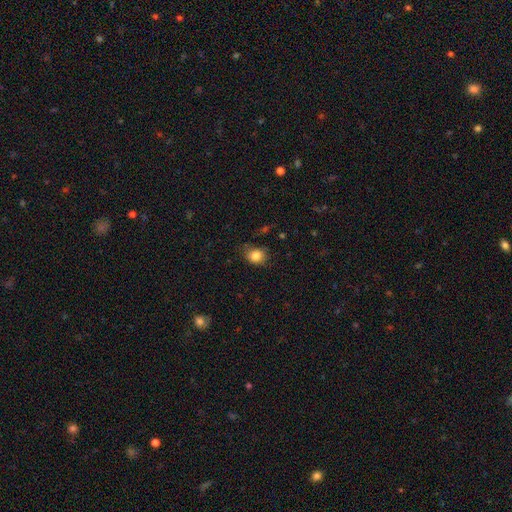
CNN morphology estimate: Q: Smooth or featured?
A: smooth (84%); runner-up: star or artifact (10%)
Q: How rounded?
A: round (64%); runner-up: in between (35%)
Q: Merging?
A: none (72%); runner-up: minor disturbance (22%)